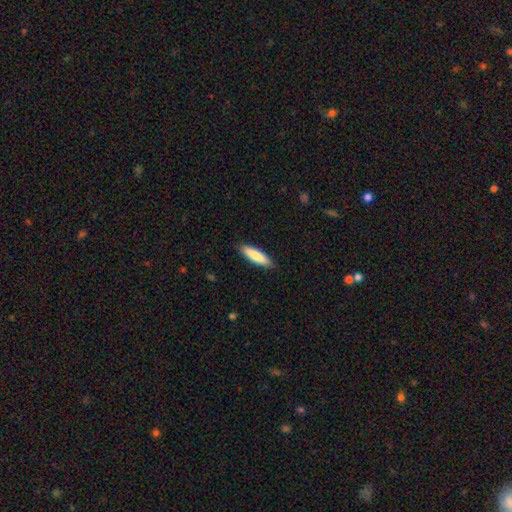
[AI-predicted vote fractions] A smooth galaxy with no disk features (85%) that is cigar-shaped (70%).

Vote fractions:
- Smooth or featured? smooth: 85% / featured or disk: 10% / star or artifact: 5%
- How rounded? cigar-shaped: 70% / in between: 29% / round: 1%
- Merging? none: 89% / minor disturbance: 9% / major disturbance: 2% / merger: 1%